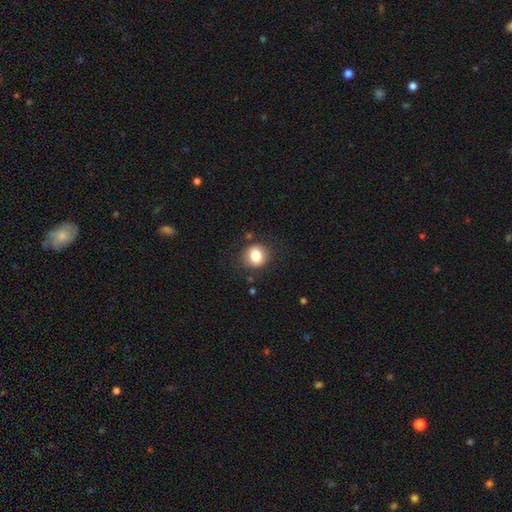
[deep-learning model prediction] Smooth or featured? smooth (82%)
How rounded? round (83%)
Merging? none (83%)